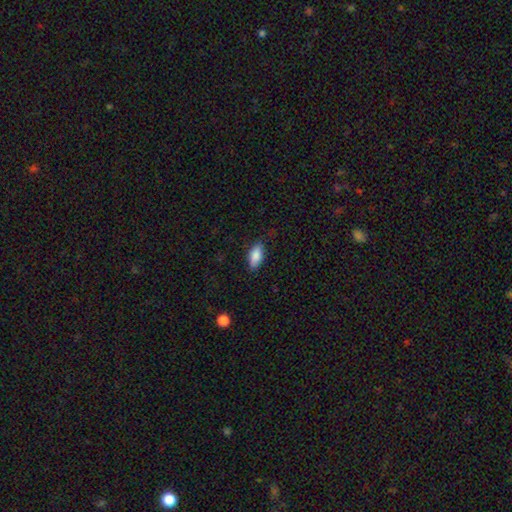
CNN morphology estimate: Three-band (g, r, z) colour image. It shows a smooth galaxy with no disk features (86%) that is in between round and cigar-shaped (89%). Merging: none (80%).